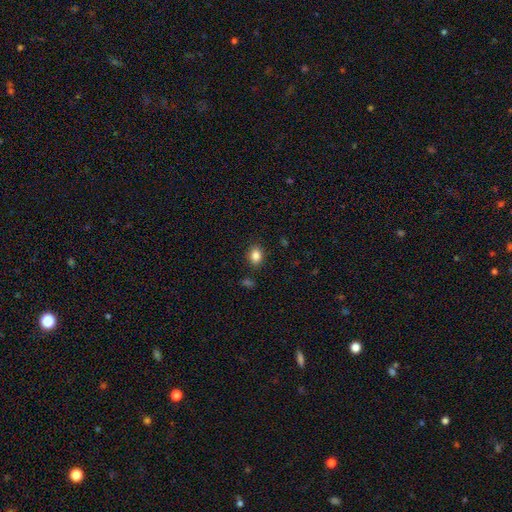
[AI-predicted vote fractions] A smooth galaxy with no disk features (85%) that is in between round and cigar-shaped (55%).

Vote fractions:
- Smooth or featured? smooth: 85% / star or artifact: 10% / featured or disk: 5%
- How rounded? in between: 55% / round: 44% / cigar-shaped: 1%
- Merging? none: 87% / minor disturbance: 9% / major disturbance: 2% / merger: 2%